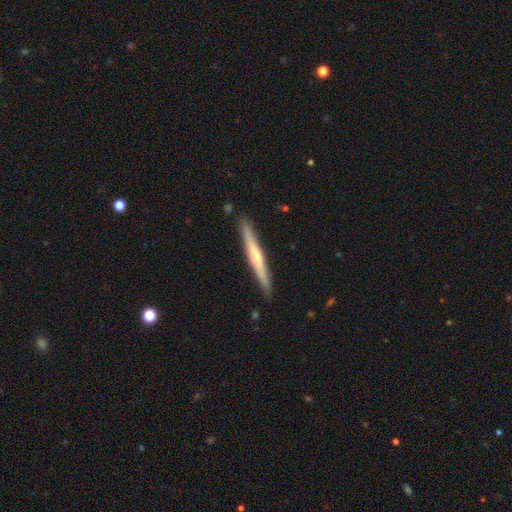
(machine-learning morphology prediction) smooth-or-featured: featured or disk: 54% | smooth: 40% | star or artifact: 5%
  disk-edge-on: yes: 96% | no: 4%
    edge-on-bulge: rounded: 50% | none: 43% | boxy: 7%
  merging: none: 89% | minor disturbance: 8% | merger: 1% | major disturbance: 1%